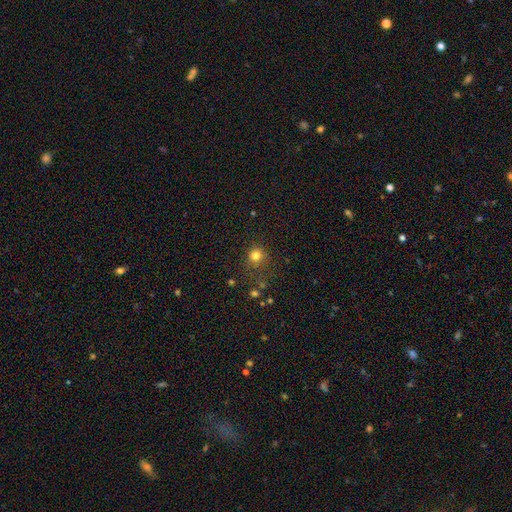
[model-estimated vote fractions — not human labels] smooth_or_featured: smooth (p=0.78) [alt: star or artifact p=0.16]
how_rounded: round (p=0.90) [alt: in between p=0.09]
merging: none (p=0.76) [alt: minor disturbance p=0.13]